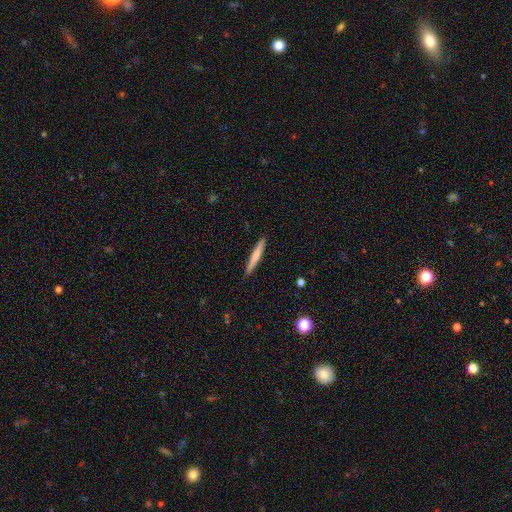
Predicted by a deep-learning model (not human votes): smooth_or_featured: smooth (p=0.67) [alt: featured or disk p=0.27]
how_rounded: cigar-shaped (p=0.95) [alt: in between p=0.03]
merging: none (p=0.90) [alt: minor disturbance p=0.07]